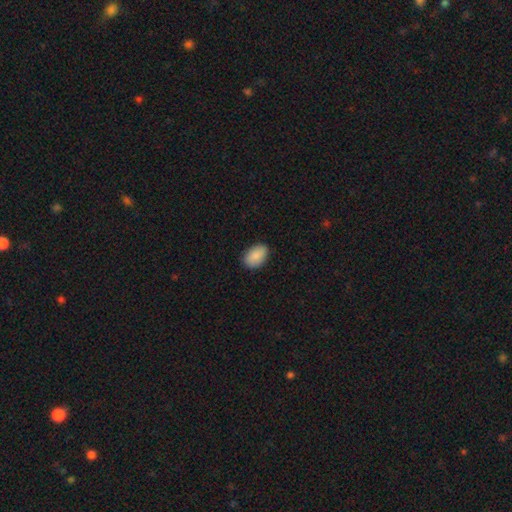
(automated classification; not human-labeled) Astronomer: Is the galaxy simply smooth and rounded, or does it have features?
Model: smooth — 90%.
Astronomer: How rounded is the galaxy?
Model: in between — 90%.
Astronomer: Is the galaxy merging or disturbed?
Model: none — 87%.